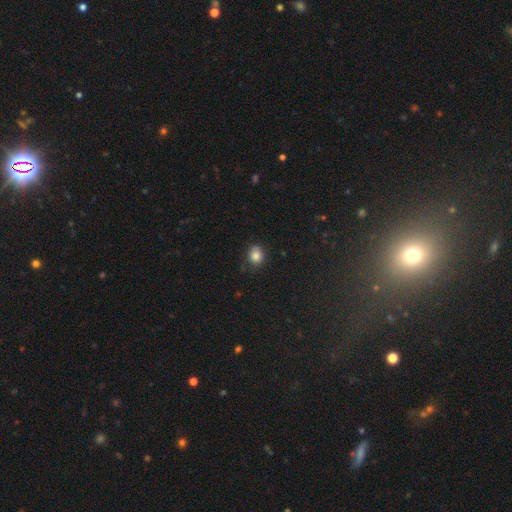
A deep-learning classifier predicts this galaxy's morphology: smooth-or-featured: smooth: 83% | star or artifact: 11% | featured or disk: 6%
  how-rounded: round: 59% | in between: 40% | cigar-shaped: 1%
  merging: none: 72% | minor disturbance: 22% | major disturbance: 5% | merger: 2%